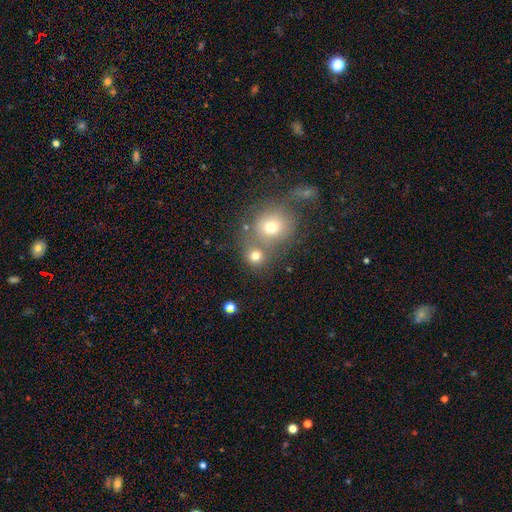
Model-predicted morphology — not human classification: smooth_or_featured: smooth (p=0.74) [alt: star or artifact p=0.14]
how_rounded: round (p=0.83) [alt: in between p=0.16]
merging: none (p=0.50) [alt: merger p=0.37]